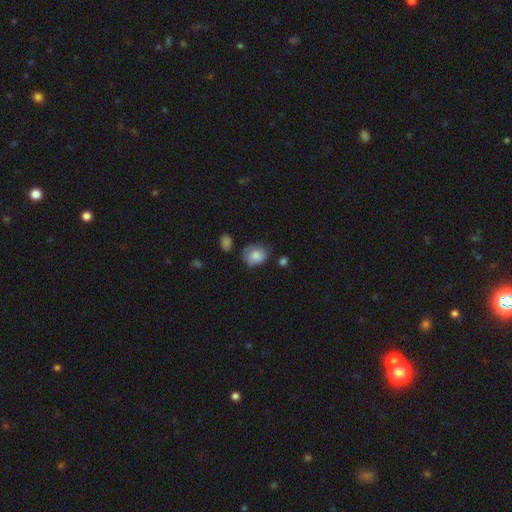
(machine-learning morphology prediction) The model was most divided on "how rounded": in between: 50%, round: 49%, cigar-shaped: 1%. More confident: smooth or featured — smooth (82%); merging — none (57%).